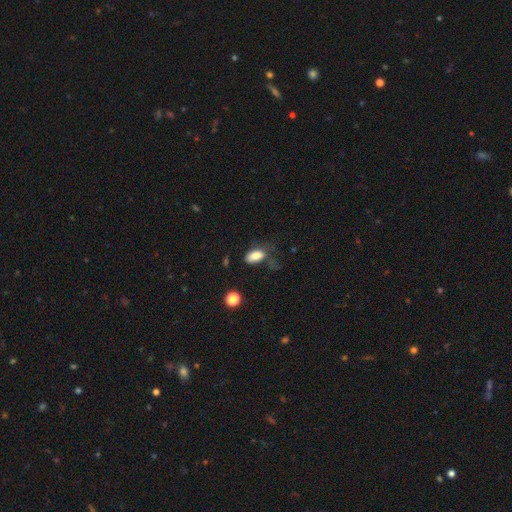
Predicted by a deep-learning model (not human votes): smooth_or_featured: smooth (p=0.82) [alt: star or artifact p=0.09]
how_rounded: in between (p=0.91) [alt: round p=0.06]
merging: none (p=0.41) [alt: minor disturbance p=0.29]